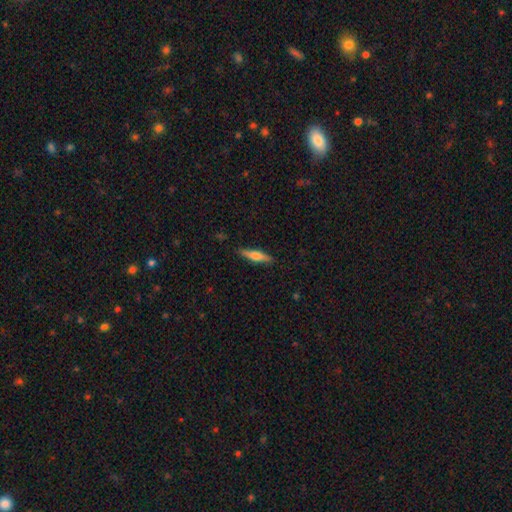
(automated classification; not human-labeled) Smooth or featured? Predicted: smooth (p=0.57). How rounded? Predicted: cigar-shaped (p=0.79). Merging? Predicted: none (p=0.87).